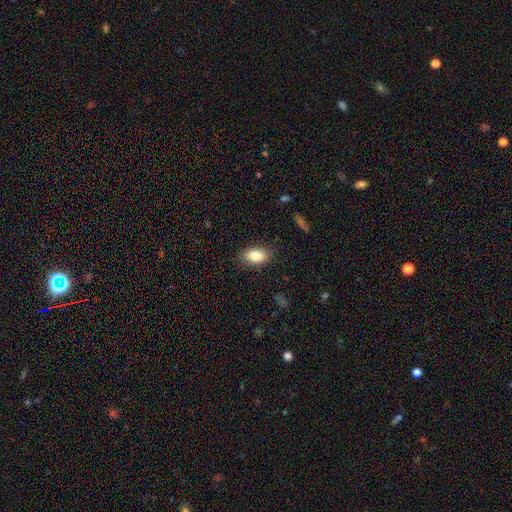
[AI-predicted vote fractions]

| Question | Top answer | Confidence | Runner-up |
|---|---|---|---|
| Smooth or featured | smooth | 82% | featured or disk (10%) |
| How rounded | in between | 90% | round (8%) |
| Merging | none | 84% | minor disturbance (12%) |